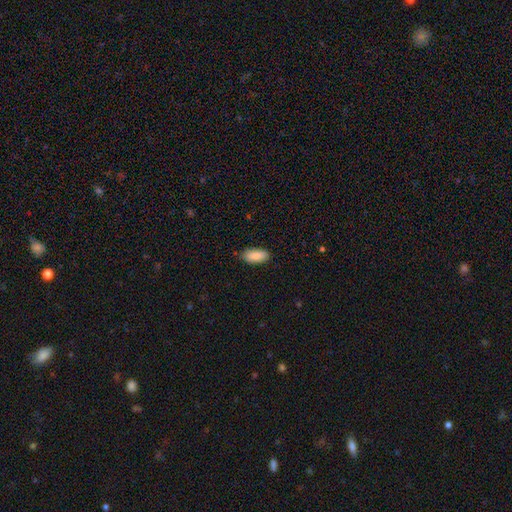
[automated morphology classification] smooth_or_featured: smooth (p=0.86) [alt: featured or disk p=0.08]
how_rounded: in between (p=0.89) [alt: cigar-shaped p=0.09]
merging: none (p=0.85) [alt: minor disturbance p=0.12]